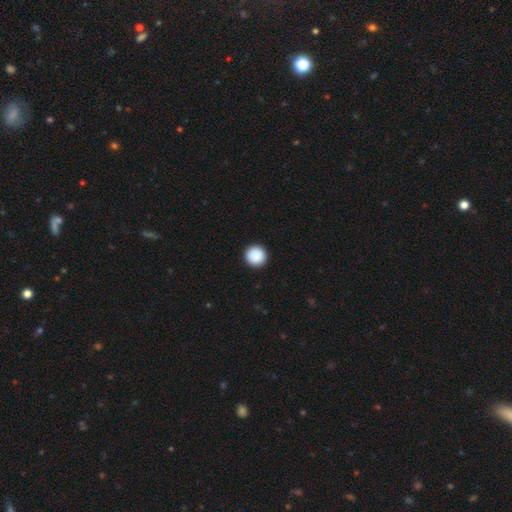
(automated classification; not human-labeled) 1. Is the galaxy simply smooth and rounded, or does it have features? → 90% smooth, 8% star or artifact, 3% featured or disk.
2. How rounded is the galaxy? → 97% round, 2% in between, 1% cigar-shaped.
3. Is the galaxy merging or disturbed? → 94% none, 4% minor disturbance, 1% major disturbance, 1% merger.